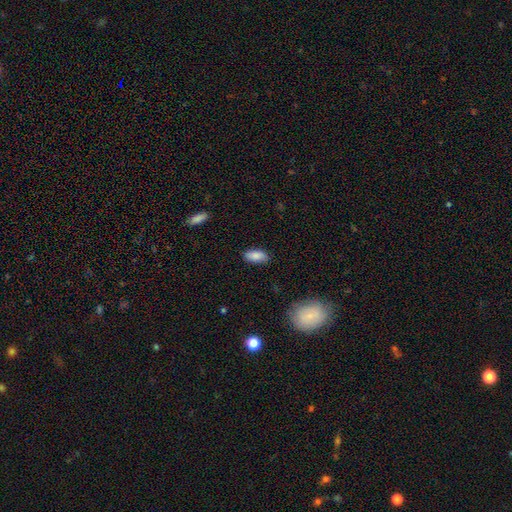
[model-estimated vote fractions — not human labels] A smooth galaxy with no disk features (86%) that is in between round and cigar-shaped (90%).

Vote fractions:
- Smooth or featured? smooth: 86% / featured or disk: 7% / star or artifact: 7%
- How rounded? in between: 90% / cigar-shaped: 8% / round: 3%
- Merging? none: 83% / minor disturbance: 14% / major disturbance: 3% / merger: 1%